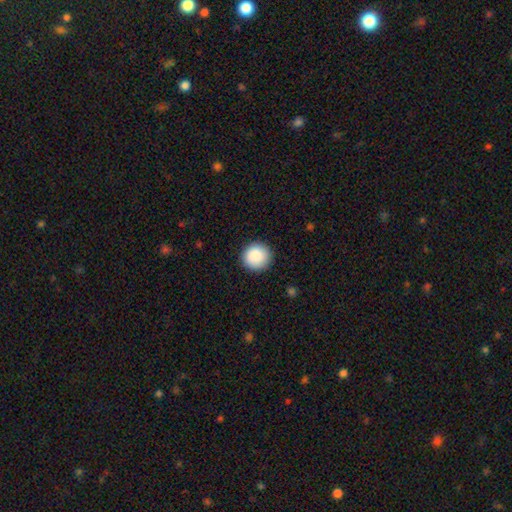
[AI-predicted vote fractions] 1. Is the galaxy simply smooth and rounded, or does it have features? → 88% smooth, 8% star or artifact, 4% featured or disk.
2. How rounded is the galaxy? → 95% round, 4% in between, 1% cigar-shaped.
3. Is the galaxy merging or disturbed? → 91% none, 6% minor disturbance, 2% major disturbance, 1% merger.